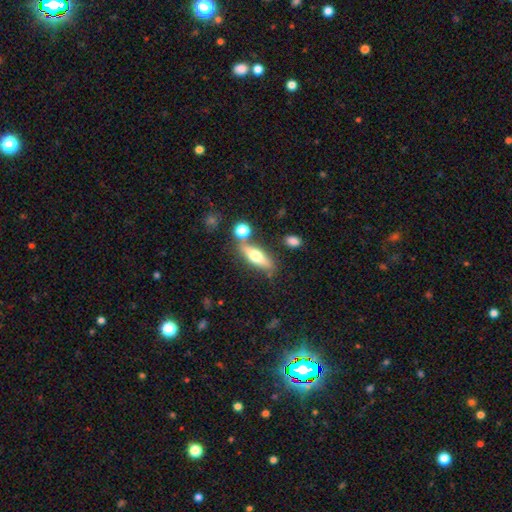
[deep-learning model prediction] Q: Smooth or featured?
A: smooth (50%); runner-up: featured or disk (43%)
Q: Merging?
A: none (70%); runner-up: minor disturbance (13%)